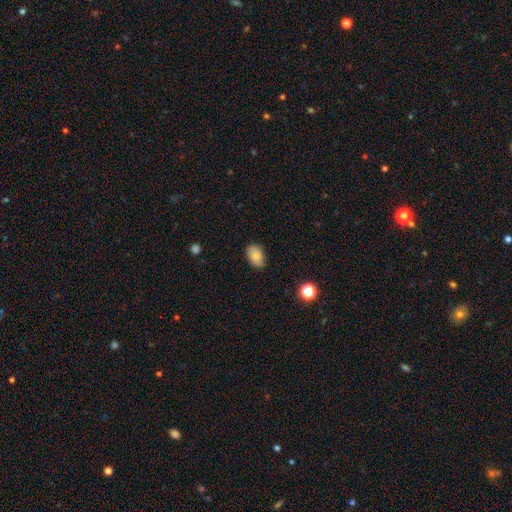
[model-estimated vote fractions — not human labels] This is clearly a smooth galaxy (84%). How rounded: clearly in between (88%). Merging: clearly none (81%).